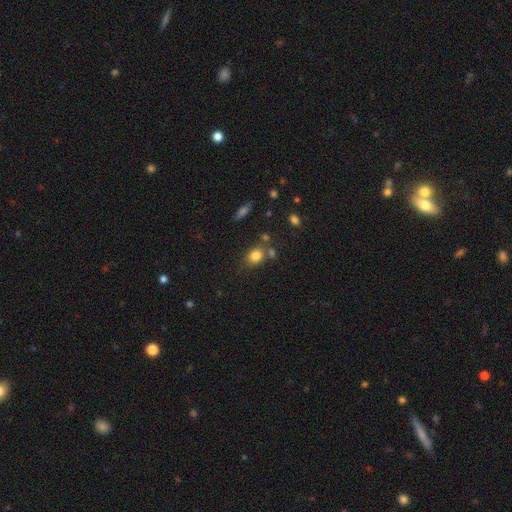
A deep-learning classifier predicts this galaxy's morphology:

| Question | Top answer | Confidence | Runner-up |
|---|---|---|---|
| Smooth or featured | smooth | 81% | star or artifact (11%) |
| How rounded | in between | 49% | tied: round (49%) |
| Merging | none | 65% | merger (15%) |